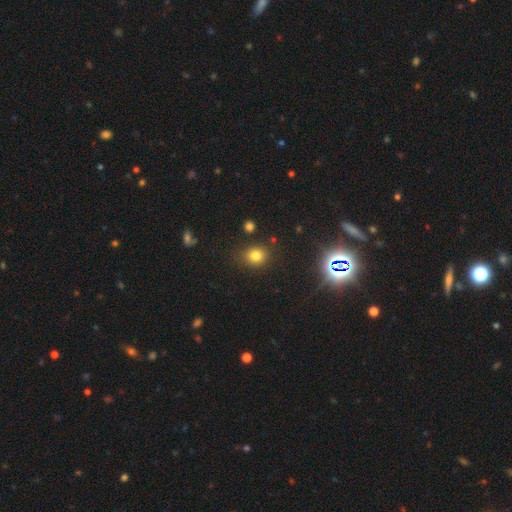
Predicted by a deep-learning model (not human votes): smooth-or-featured: smooth: 77% | star or artifact: 16% | featured or disk: 7%
  how-rounded: round: 73% | in between: 25% | cigar-shaped: 1%
  merging: none: 82% | minor disturbance: 11% | major disturbance: 4% | merger: 3%